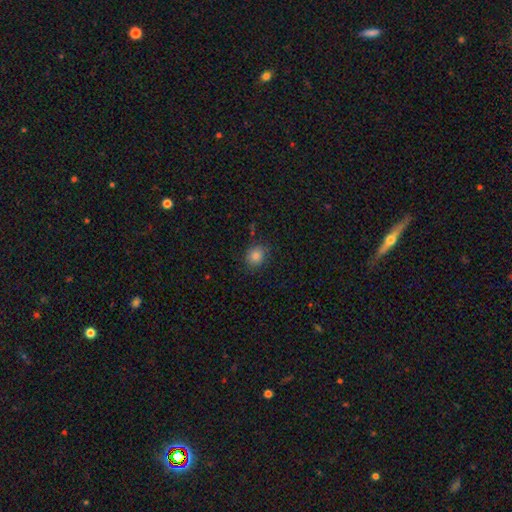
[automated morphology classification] Q: Smooth or featured?
A: smooth (82%); runner-up: star or artifact (12%)
Q: How rounded?
A: round (67%); runner-up: in between (32%)
Q: Merging?
A: none (82%); runner-up: minor disturbance (13%)